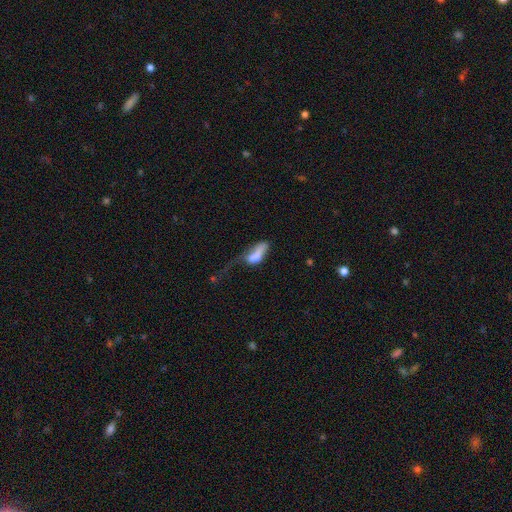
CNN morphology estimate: smooth 66%, featured or disk 25%, star or artifact 9%. Down the decision tree: how rounded — in between (79%); merging — major disturbance (56%).